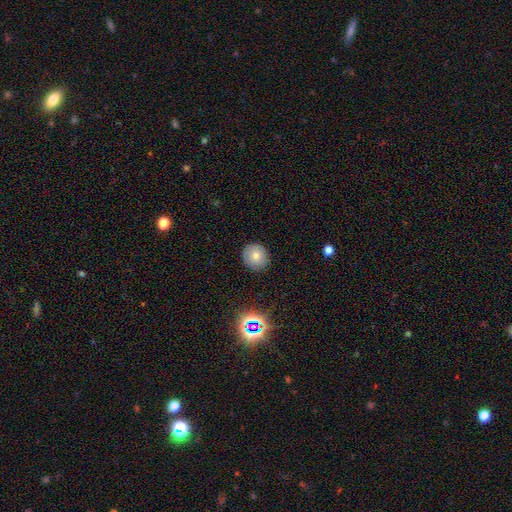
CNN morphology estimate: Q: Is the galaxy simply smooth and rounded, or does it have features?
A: smooth — 71%.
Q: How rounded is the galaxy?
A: round — 85%.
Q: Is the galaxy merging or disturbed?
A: none — 87%.